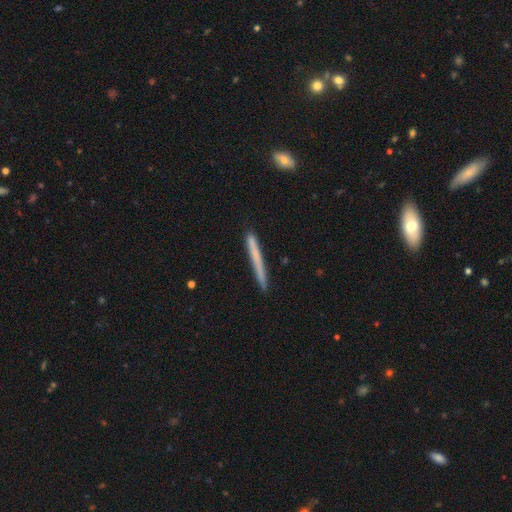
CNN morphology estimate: Smooth or featured: smooth — 62% (featured or disk — 32%)
How rounded: cigar-shaped — 97% (in between — 1%)
Merging: none — 88% (minor disturbance — 9%)